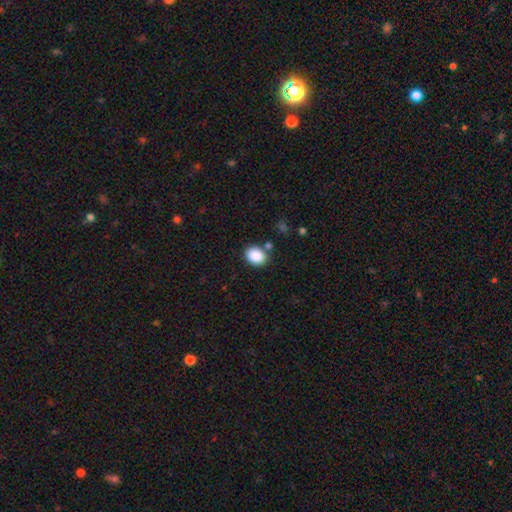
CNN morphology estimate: type=smooth (88%); roundness=in between (60%); merging=none (80%).